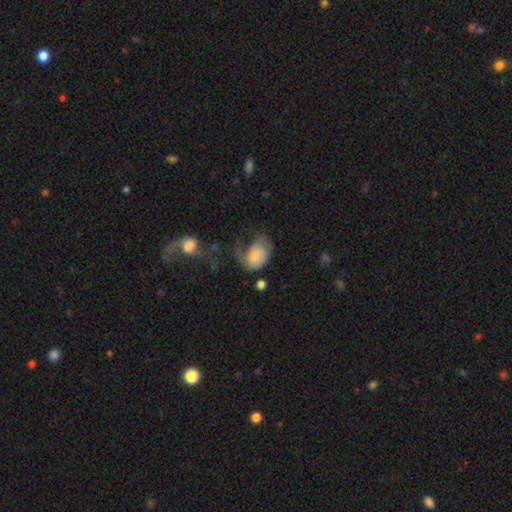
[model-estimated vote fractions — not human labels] Smooth or featured? smooth (57%)
How rounded? in between (71%)
Merging? major disturbance (49%)